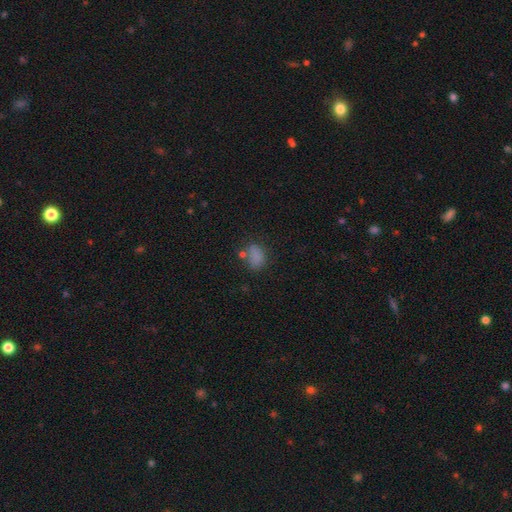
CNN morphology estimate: A smooth galaxy with no disk features (78%) that is in between round and cigar-shaped (74%). Merging: none (61%).